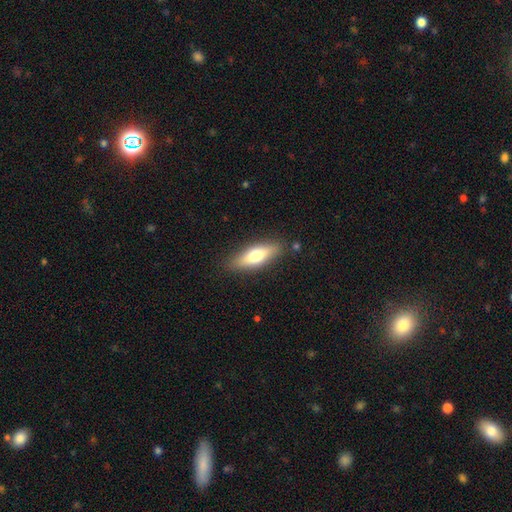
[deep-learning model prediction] A smooth galaxy with no disk features (61%) that is cigar-shaped (51%).

Vote fractions:
- Smooth or featured? smooth: 61% / featured or disk: 32% / star or artifact: 6%
- How rounded? cigar-shaped: 51% / in between: 47% / round: 2%
- Merging? none: 85% / minor disturbance: 10% / major disturbance: 2% / merger: 2%